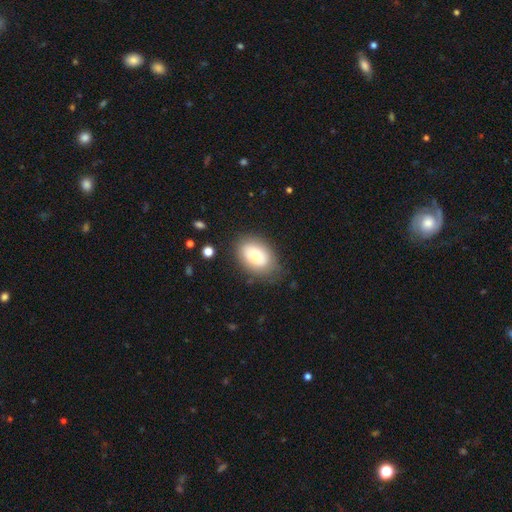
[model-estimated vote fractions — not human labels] A smooth galaxy with no disk features (72%) that is in between round and cigar-shaped (85%).

Vote fractions:
- Smooth or featured? smooth: 72% / featured or disk: 20% / star or artifact: 7%
- How rounded? in between: 85% / round: 14% / cigar-shaped: 1%
- Merging? none: 75% / minor disturbance: 17% / major disturbance: 6% / merger: 2%